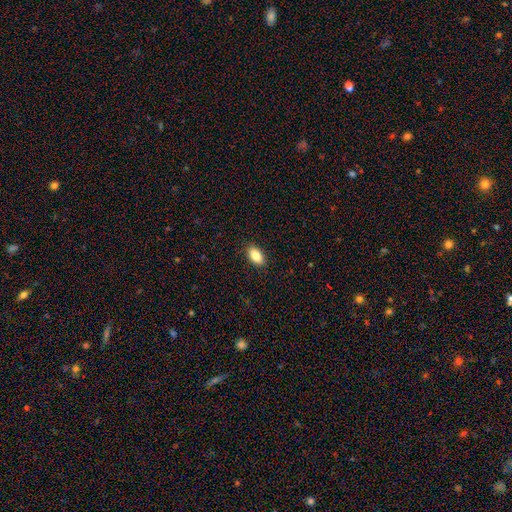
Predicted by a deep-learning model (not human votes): This appears to be a smooth galaxy with no disk features (85%) that is in between round and cigar-shaped (92%). Merging: none (89%).